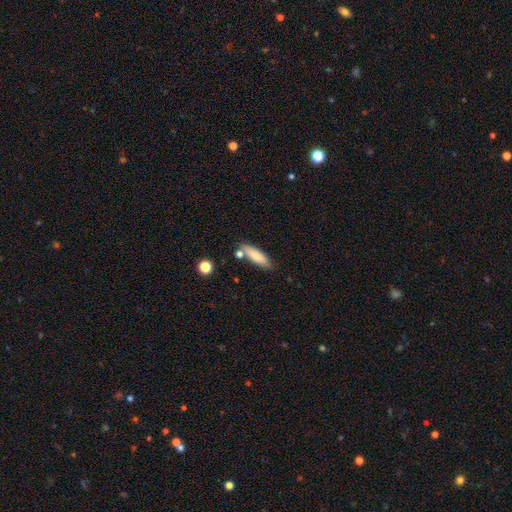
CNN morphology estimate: smooth 79%, featured or disk 14%, star or artifact 7%. Down the decision tree: how rounded — in between (50%); merging — none (72%).